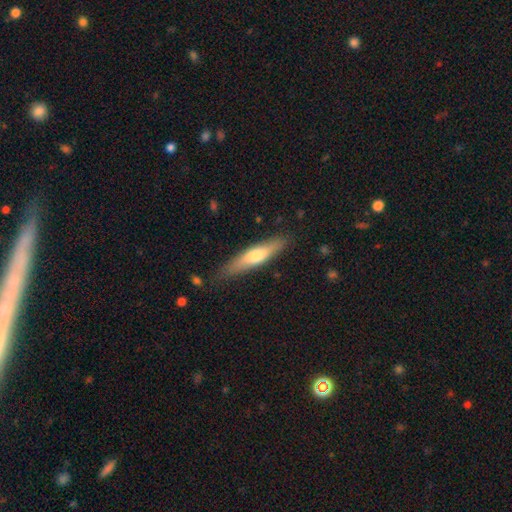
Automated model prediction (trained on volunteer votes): Morphology: type=smooth (56%); roundness=cigar-shaped (84%); merging=none (83%).